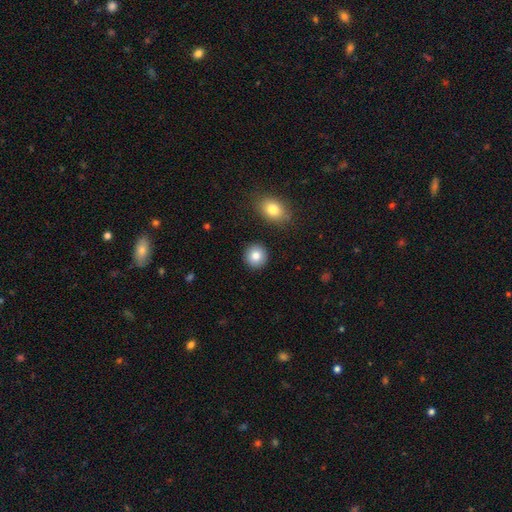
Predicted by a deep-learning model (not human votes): Smooth or featured? Predicted: smooth (p=0.84). How rounded? Predicted: round (p=0.90). Merging? Predicted: none (p=0.90).